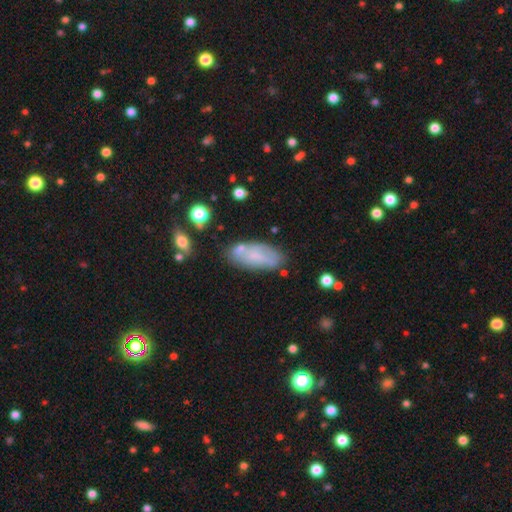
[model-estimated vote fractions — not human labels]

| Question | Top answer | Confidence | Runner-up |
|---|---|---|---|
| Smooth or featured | smooth | 62% | featured or disk (30%) |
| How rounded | in between | 86% | cigar-shaped (11%) |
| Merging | none | 66% | minor disturbance (19%) |